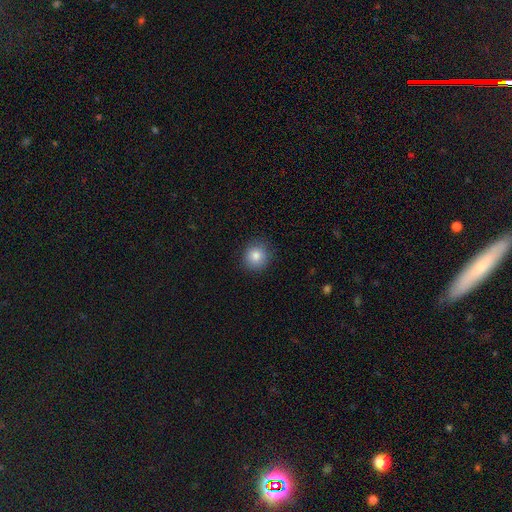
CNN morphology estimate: smooth-or-featured: smooth: 84% | star or artifact: 10% | featured or disk: 6%
  how-rounded: round: 90% | in between: 9% | cigar-shaped: 1%
  merging: none: 88% | minor disturbance: 9% | major disturbance: 2% | merger: 1%